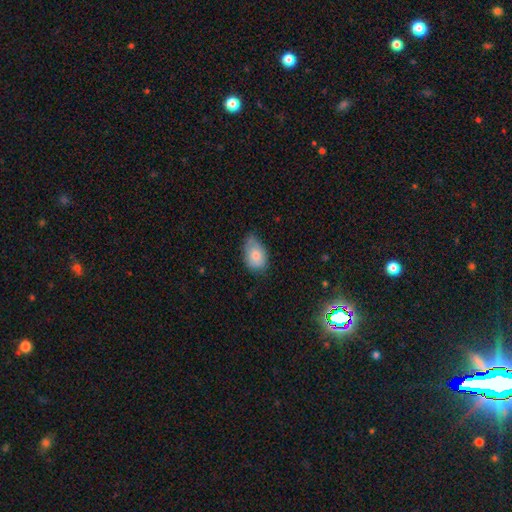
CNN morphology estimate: A smooth galaxy with no disk features (79%) that is in between round and cigar-shaped (89%). Merging: none (53%).